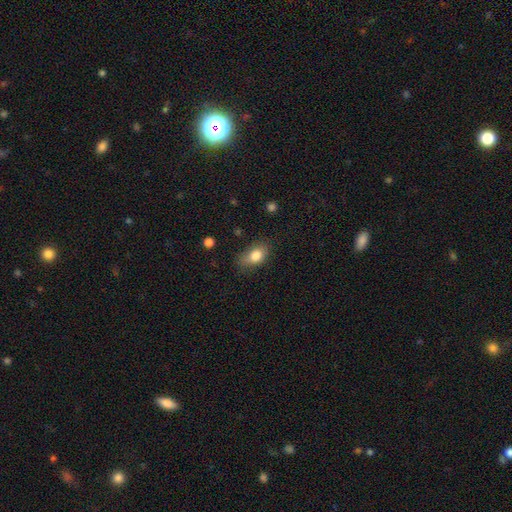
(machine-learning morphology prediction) A smooth galaxy with no disk features (82%) that is in between round and cigar-shaped (84%).

Vote fractions:
- Smooth or featured? smooth: 82% / featured or disk: 9% / star or artifact: 9%
- How rounded? in between: 84% / round: 13% / cigar-shaped: 3%
- Merging? none: 66% / minor disturbance: 25% / major disturbance: 7% / merger: 2%